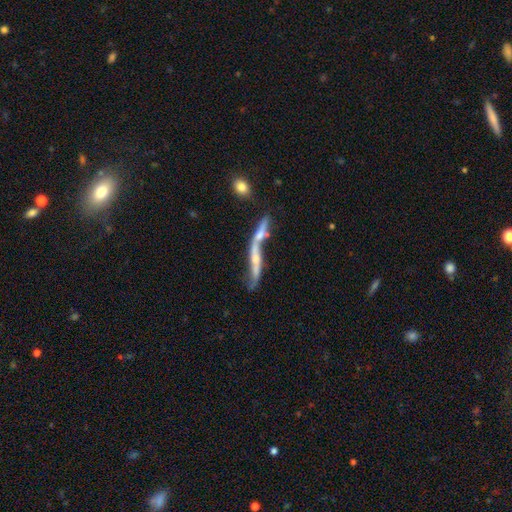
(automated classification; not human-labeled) Q: Smooth or featured?
A: featured or disk (74%); runner-up: smooth (18%)
Q: Edge-on disk?
A: yes (60%); runner-up: no (40%)
Q: Merging?
A: merger (36%); runner-up: none (34%)